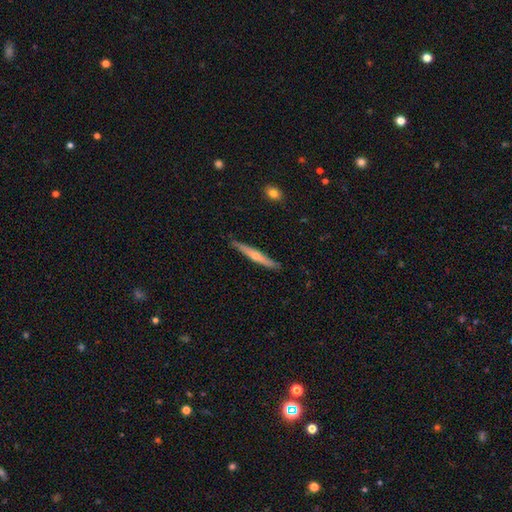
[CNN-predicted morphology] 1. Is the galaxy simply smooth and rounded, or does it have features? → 60% featured or disk, 34% smooth, 6% star or artifact.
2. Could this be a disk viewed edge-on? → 94% yes, 6% no.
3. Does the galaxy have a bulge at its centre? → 79% rounded, 19% none, 3% boxy.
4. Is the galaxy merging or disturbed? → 87% none, 10% minor disturbance, 2% major disturbance, 1% merger.